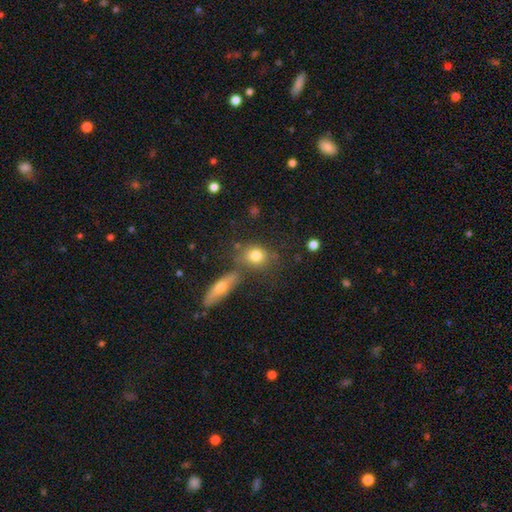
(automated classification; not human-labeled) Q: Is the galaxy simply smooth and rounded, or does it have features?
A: smooth — 78%.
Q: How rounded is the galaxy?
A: round — 61%.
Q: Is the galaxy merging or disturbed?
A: none — 65%.